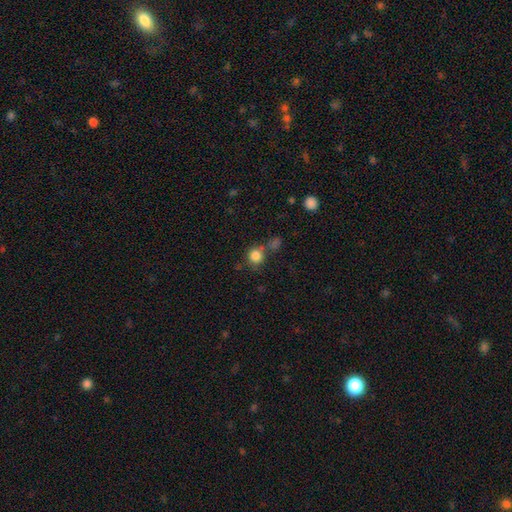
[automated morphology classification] smooth-or-featured: smooth: 83% | star or artifact: 11% | featured or disk: 6%
  how-rounded: round: 89% | in between: 10% | cigar-shaped: 1%
  merging: none: 61% | merger: 22% | minor disturbance: 12% | major disturbance: 6%